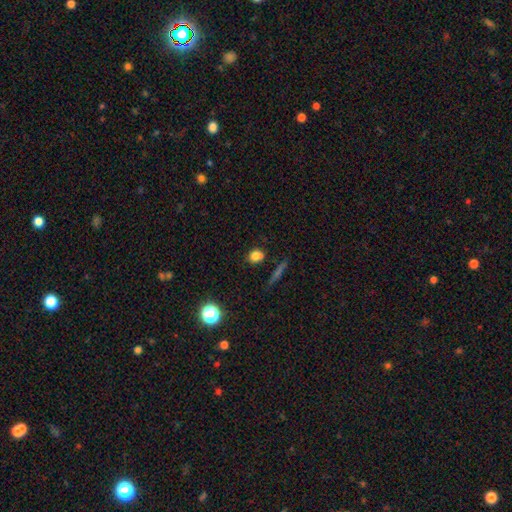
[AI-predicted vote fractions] A smooth galaxy with no disk features (76%) that is round (65%). Merging: none (71%).